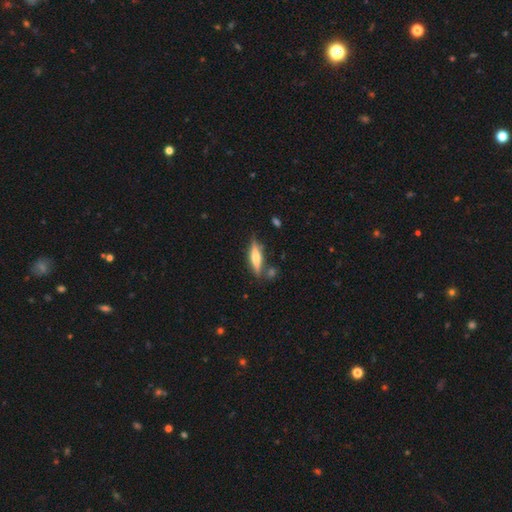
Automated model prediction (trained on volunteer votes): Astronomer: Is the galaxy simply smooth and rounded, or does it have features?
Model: featured or disk — 53% (runner-up: smooth, 41%).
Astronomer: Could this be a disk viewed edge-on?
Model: yes — 94%.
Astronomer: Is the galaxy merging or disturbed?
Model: none — 76%.